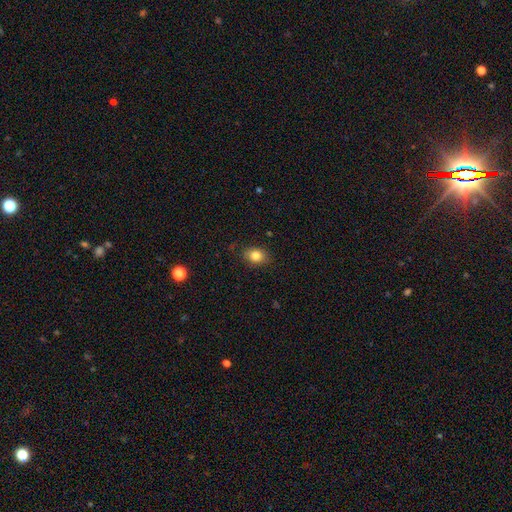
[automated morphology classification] A smooth galaxy with no disk features (82%) that is in between round and cigar-shaped (64%).

Vote fractions:
- Smooth or featured? smooth: 82% / star or artifact: 10% / featured or disk: 7%
- How rounded? in between: 64% / round: 34% / cigar-shaped: 1%
- Merging? none: 85% / minor disturbance: 11% / major disturbance: 3% / merger: 1%